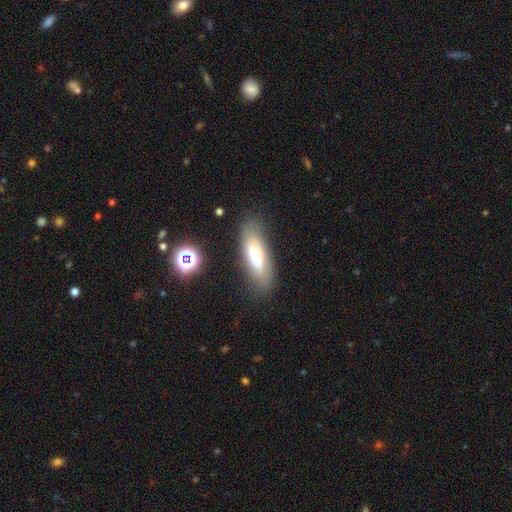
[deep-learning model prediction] smooth_or_featured: smooth (p=0.63) [alt: featured or disk p=0.28]
how_rounded: in between (p=0.57) [alt: cigar-shaped p=0.41]
merging: none (p=0.77) [alt: minor disturbance p=0.15]